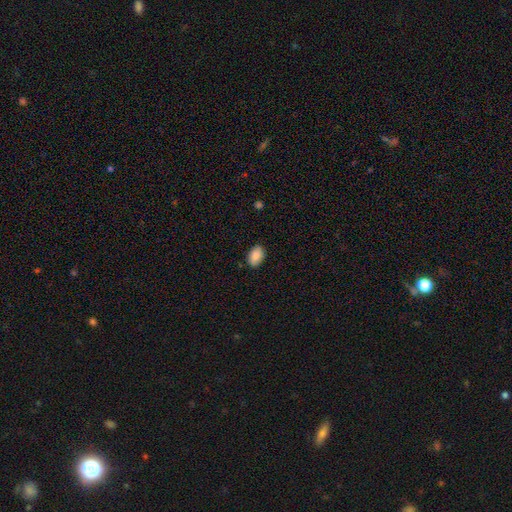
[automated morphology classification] Smooth or featured?
  - smooth: 87% *
  - star or artifact: 7%
  - featured or disk: 6%
How rounded?
  - in between: 89% *
  - round: 9%
  - cigar-shaped: 1%
Merging?
  - none: 86% *
  - minor disturbance: 10%
  - major disturbance: 2%
  - merger: 1%